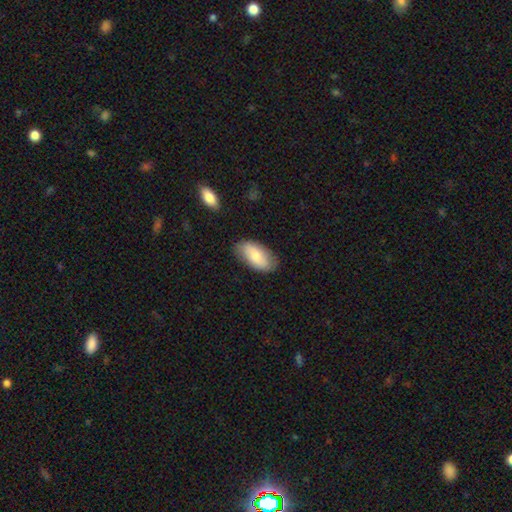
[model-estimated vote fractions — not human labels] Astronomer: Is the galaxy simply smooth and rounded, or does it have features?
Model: smooth — 69%.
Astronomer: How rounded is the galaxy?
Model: in between — 93%.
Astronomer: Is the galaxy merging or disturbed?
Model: none — 79%.